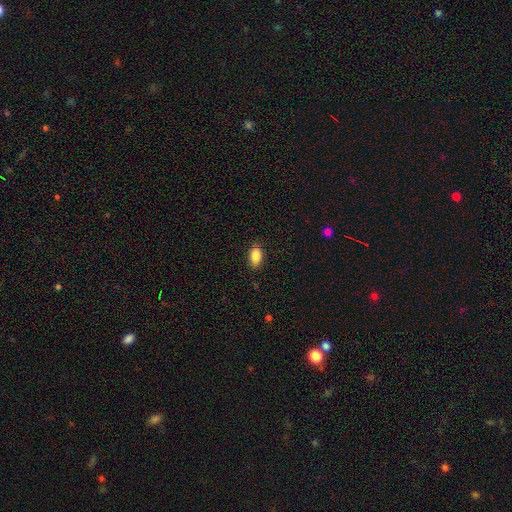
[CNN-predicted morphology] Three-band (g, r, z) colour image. It shows a smooth galaxy with no disk features (84%) that is in between round and cigar-shaped (90%). Merging: none (84%).